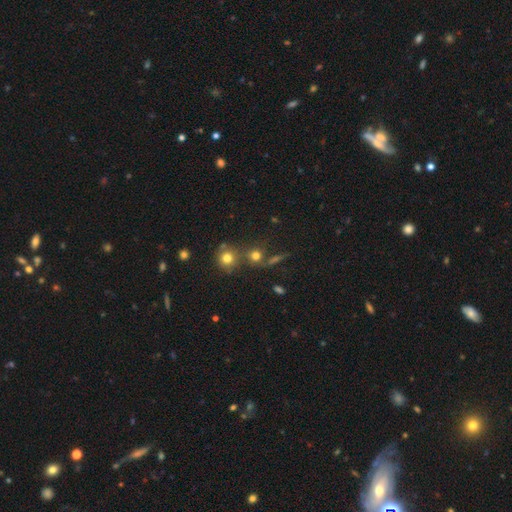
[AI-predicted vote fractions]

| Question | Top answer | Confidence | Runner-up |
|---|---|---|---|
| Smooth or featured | smooth | 68% | star or artifact (19%) |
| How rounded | round | 84% | in between (13%) |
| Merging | none | 58% | merger (29%) |